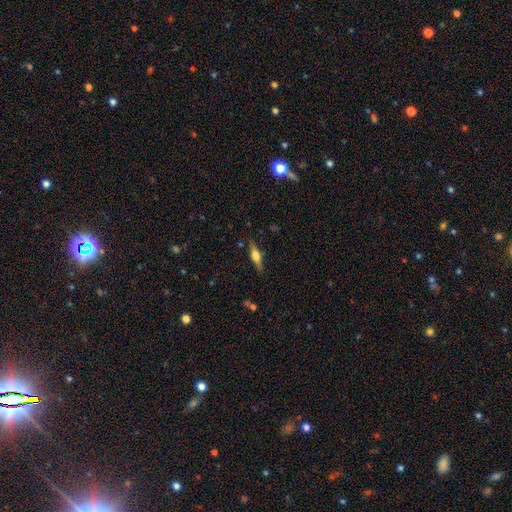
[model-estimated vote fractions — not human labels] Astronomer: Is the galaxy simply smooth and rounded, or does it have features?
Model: featured or disk — 56% (runner-up: smooth, 37%).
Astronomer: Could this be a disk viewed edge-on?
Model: yes — 95%.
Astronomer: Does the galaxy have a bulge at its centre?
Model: rounded — 86%.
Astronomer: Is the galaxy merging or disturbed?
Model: none — 84%.